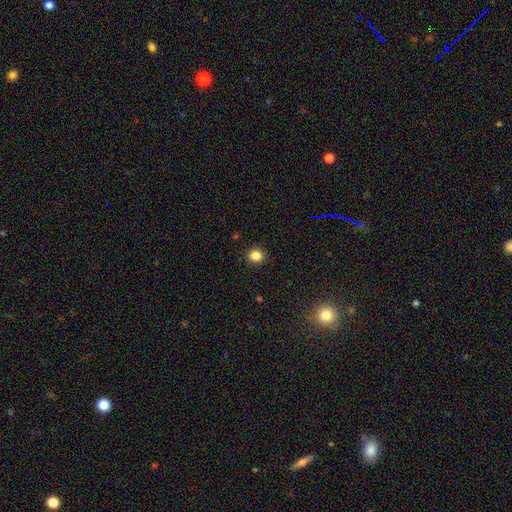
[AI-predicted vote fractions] A smooth galaxy with no disk features (85%) that is round (82%). Merging: none (91%).